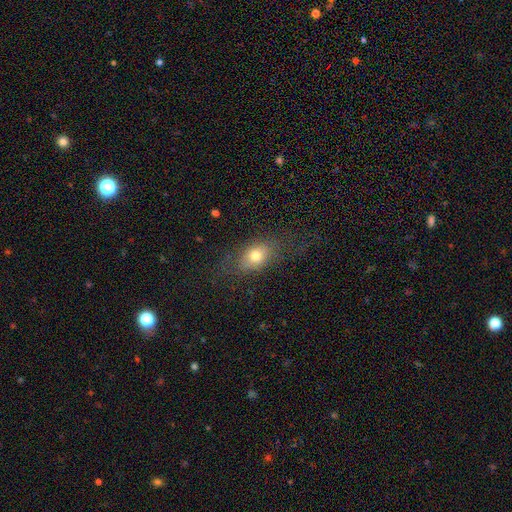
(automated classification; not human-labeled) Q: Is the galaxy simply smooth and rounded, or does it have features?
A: smooth — 71%.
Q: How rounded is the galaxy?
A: in between — 75%.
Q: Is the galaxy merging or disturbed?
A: none — 68%.